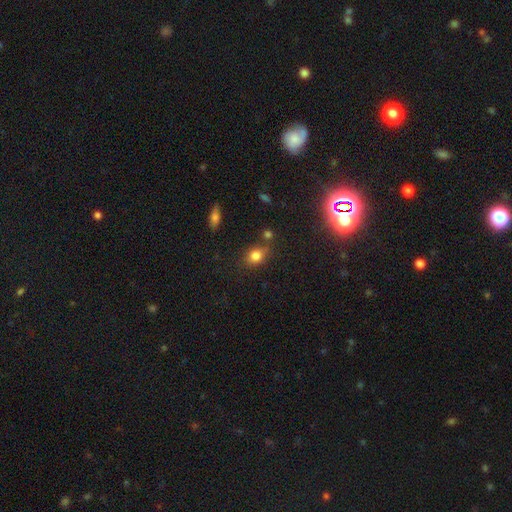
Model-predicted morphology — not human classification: A smooth galaxy with no disk features (80%) that is in between round and cigar-shaped (54%). Merging: none (69%).